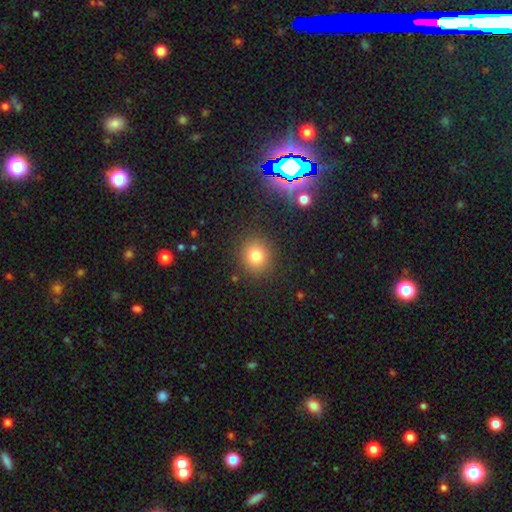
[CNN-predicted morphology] Smooth or featured? smooth (80%)
How rounded? round (84%)
Merging? none (88%)